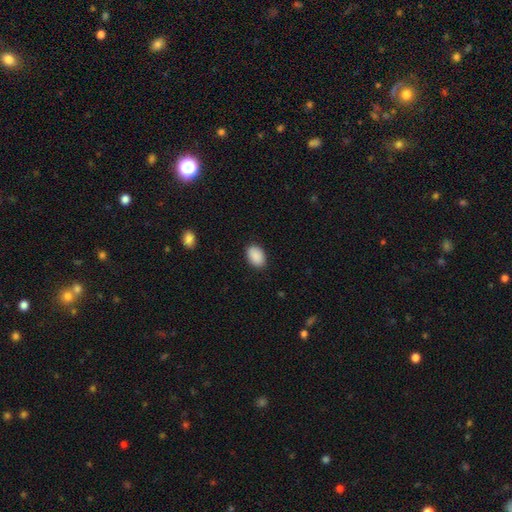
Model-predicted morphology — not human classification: smooth-or-featured: smooth: 91% | star or artifact: 7% | featured or disk: 3%
  how-rounded: in between: 86% | round: 13% | cigar-shaped: 1%
  merging: none: 88% | minor disturbance: 9% | major disturbance: 2% | merger: 1%